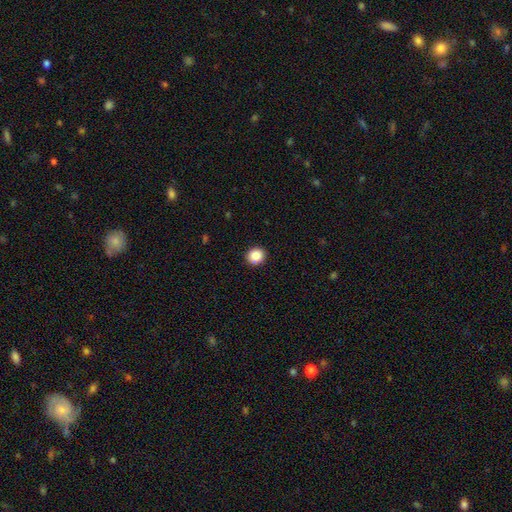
Smooth or featured? 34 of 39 (87%) said smooth. How rounded? 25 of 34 (74%) said round. Merging? 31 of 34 (91%) said none.